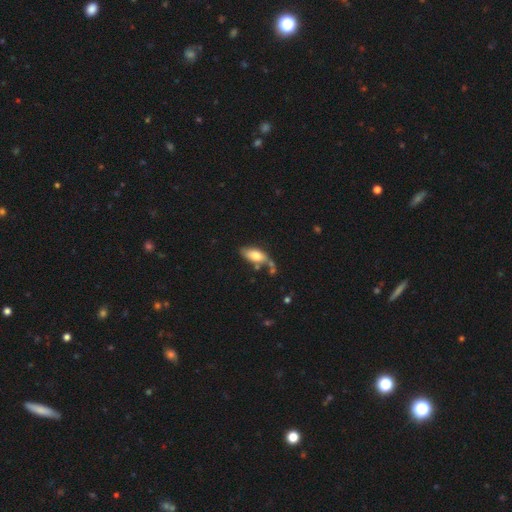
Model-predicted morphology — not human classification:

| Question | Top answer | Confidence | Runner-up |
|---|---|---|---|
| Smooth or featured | smooth | 71% | featured or disk (22%) |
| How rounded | in between | 85% | cigar-shaped (12%) |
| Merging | none | 52% | minor disturbance (24%) |